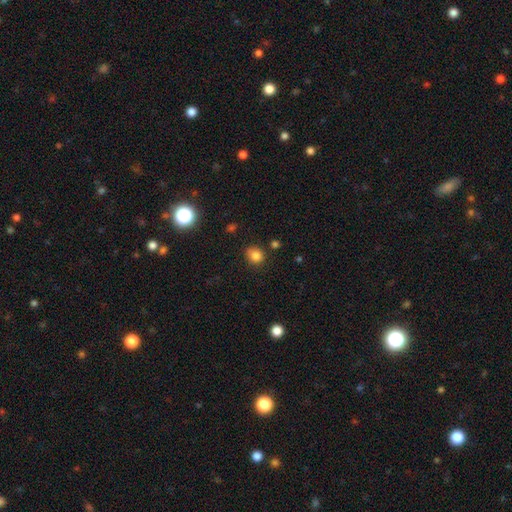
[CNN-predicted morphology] smooth_or_featured: smooth (p=0.82) [alt: star or artifact p=0.13]
how_rounded: round (p=0.76) [alt: in between p=0.23]
merging: none (p=0.79) [alt: minor disturbance p=0.14]